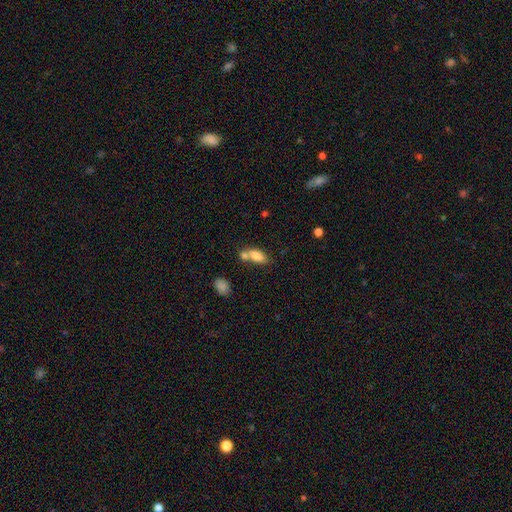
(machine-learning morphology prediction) type=smooth (81%); roundness=in between (85%); merging=merger (43%).